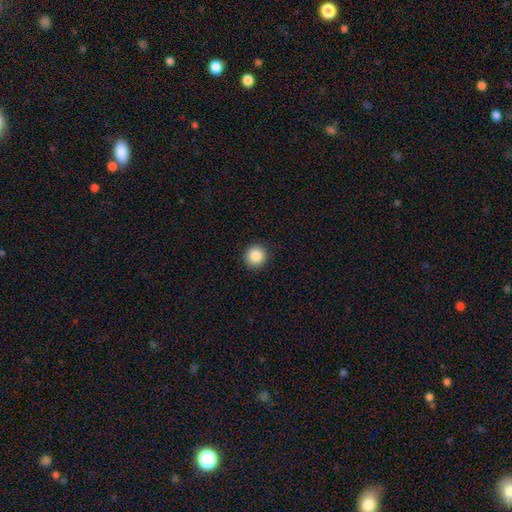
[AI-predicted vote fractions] This is clearly a smooth galaxy (87%). How rounded: clearly round (94%). Merging: clearly none (92%).